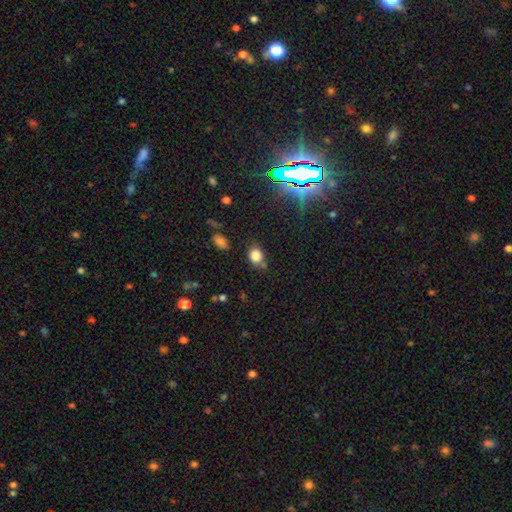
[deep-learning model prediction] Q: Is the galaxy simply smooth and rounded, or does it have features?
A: smooth — 81%.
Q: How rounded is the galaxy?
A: in between — 50%.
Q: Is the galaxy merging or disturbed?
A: none — 68%.